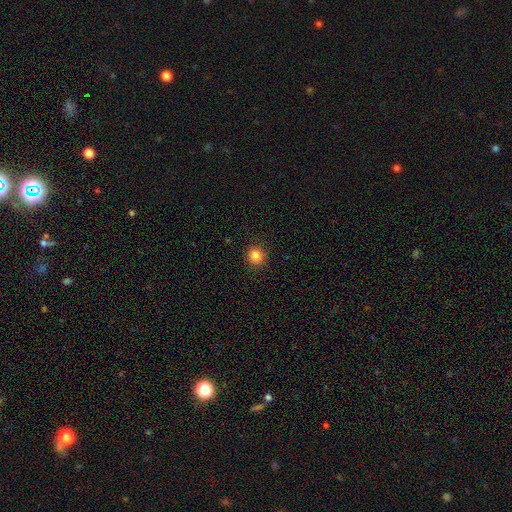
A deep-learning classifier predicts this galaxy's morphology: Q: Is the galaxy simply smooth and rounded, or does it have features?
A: smooth — 84%.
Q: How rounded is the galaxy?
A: round — 88%.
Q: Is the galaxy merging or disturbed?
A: none — 90%.